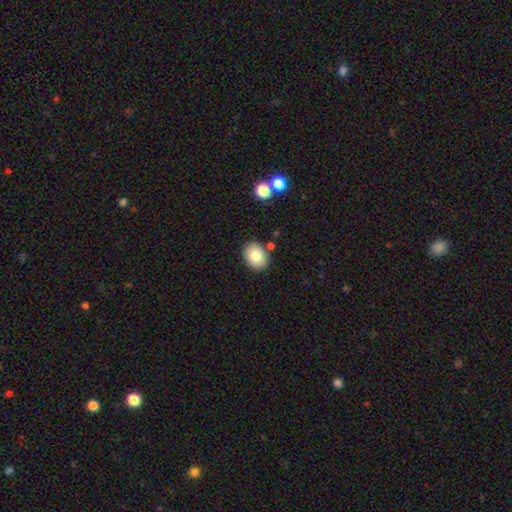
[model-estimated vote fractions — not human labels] Smooth or featured? smooth (81%)
How rounded? in between (60%)
Merging? none (85%)